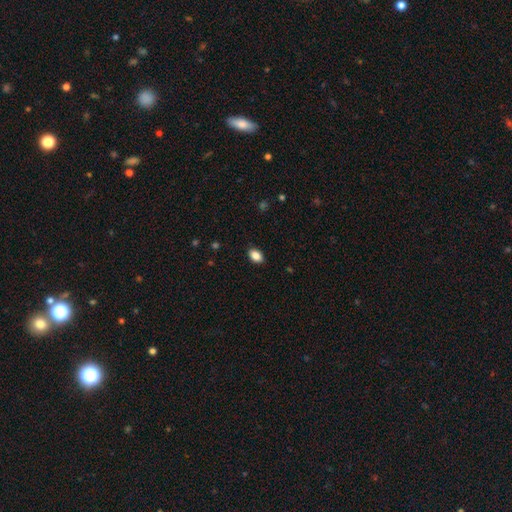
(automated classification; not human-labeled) This appears to be a smooth galaxy with no disk features (87%) that is in between round and cigar-shaped (86%). Merging: none (89%).